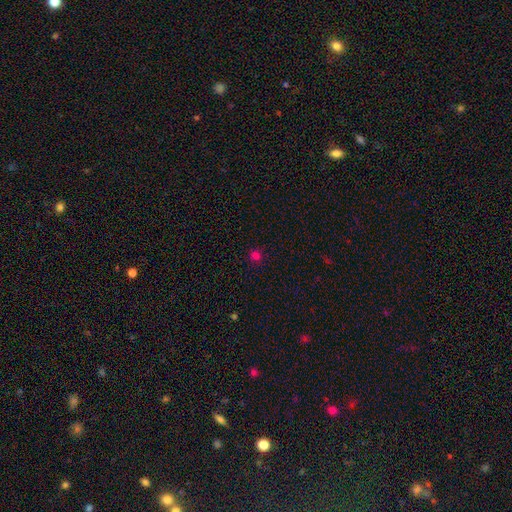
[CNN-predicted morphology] A smooth galaxy with no disk features (75%) that is round (91%).

Vote fractions:
- Smooth or featured? smooth: 75% / star or artifact: 21% / featured or disk: 4%
- How rounded? round: 91% / in between: 8% / cigar-shaped: 1%
- Merging? none: 90% / minor disturbance: 6% / major disturbance: 2% / merger: 1%